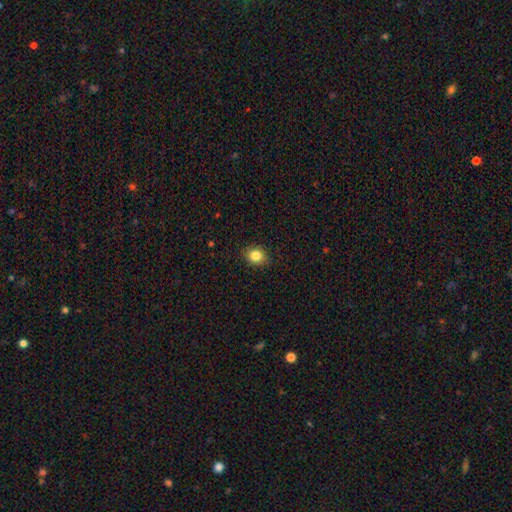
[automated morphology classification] Smooth or featured: smooth — 84% (star or artifact — 10%)
How rounded: round — 62% (in between — 37%)
Merging: none — 89% (minor disturbance — 8%)